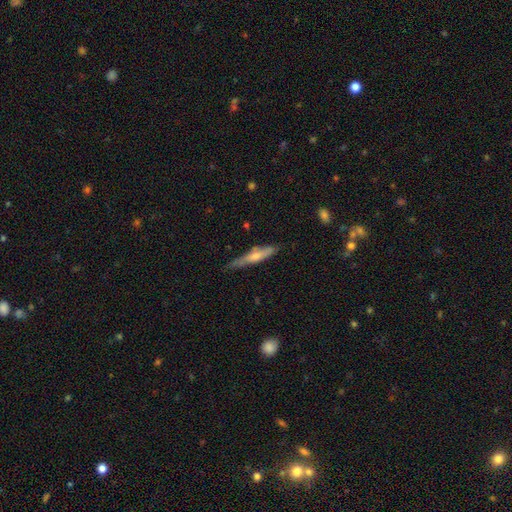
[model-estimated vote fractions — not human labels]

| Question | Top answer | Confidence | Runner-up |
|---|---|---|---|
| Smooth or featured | featured or disk | 55% | smooth (39%) |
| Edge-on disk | yes | 89% | no (11%) |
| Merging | none | 73% | minor disturbance (21%) |